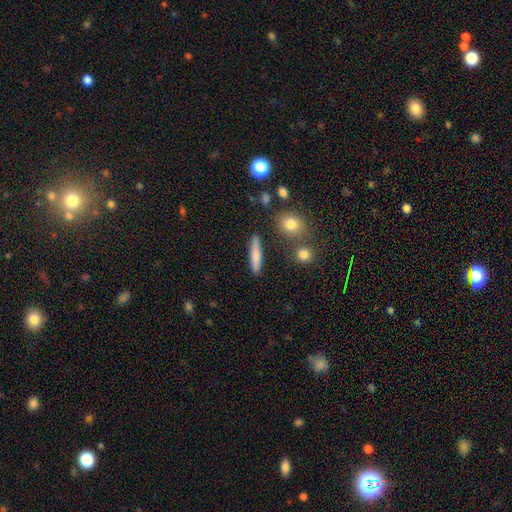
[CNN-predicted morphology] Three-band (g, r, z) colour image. It shows a smooth galaxy with no disk features (72%) that is cigar-shaped (83%). Merging: none (84%).